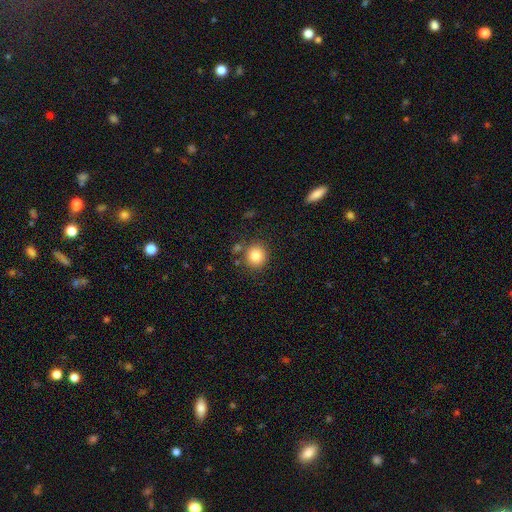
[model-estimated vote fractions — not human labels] A smooth galaxy with no disk features (84%) that is round (89%).

Vote fractions:
- Smooth or featured? smooth: 84% / star or artifact: 10% / featured or disk: 6%
- How rounded? round: 89% / in between: 10% / cigar-shaped: 1%
- Merging? none: 81% / minor disturbance: 9% / merger: 6% / major disturbance: 3%